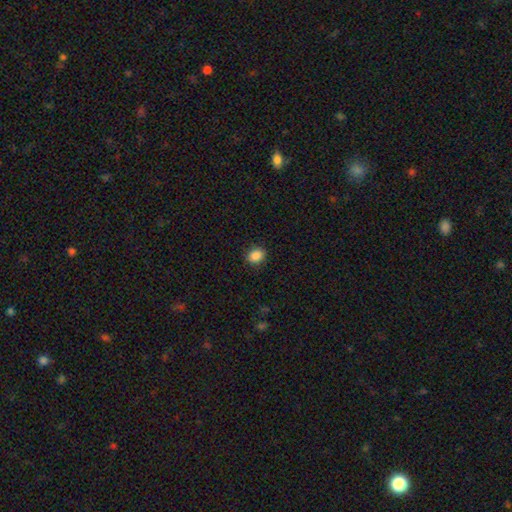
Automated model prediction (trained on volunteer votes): Smooth or featured: smooth — 88% (star or artifact — 9%)
How rounded: round — 54% (in between — 45%)
Merging: none — 88% (minor disturbance — 8%)